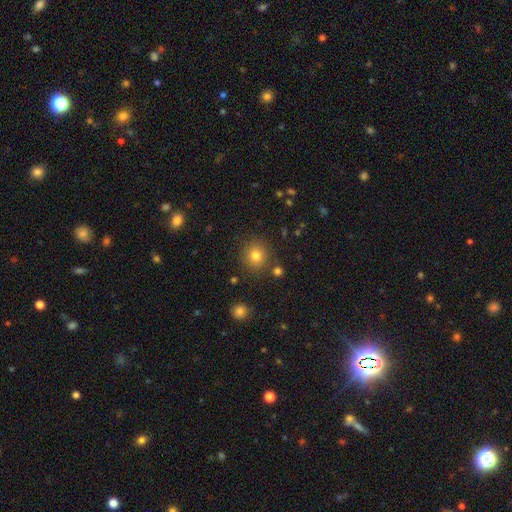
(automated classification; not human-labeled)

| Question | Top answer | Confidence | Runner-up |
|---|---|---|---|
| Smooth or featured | smooth | 79% | star or artifact (14%) |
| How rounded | round | 90% | in between (9%) |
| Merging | none | 86% | minor disturbance (8%) |